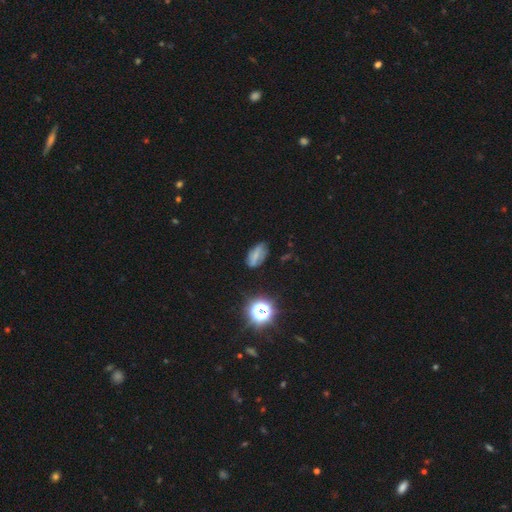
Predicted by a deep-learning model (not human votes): The model was most divided on "smooth or featured": smooth: 51%, featured or disk: 32%, star or artifact: 17%. More confident: how rounded — in between (86%); merging — none (66%).